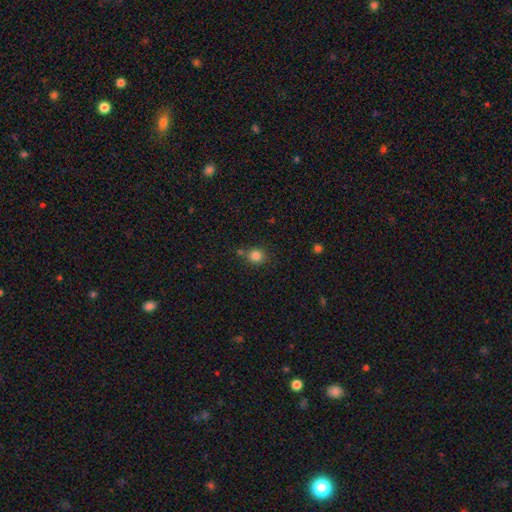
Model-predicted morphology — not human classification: type=smooth (83%); roundness=round (83%); merging=none (75%).